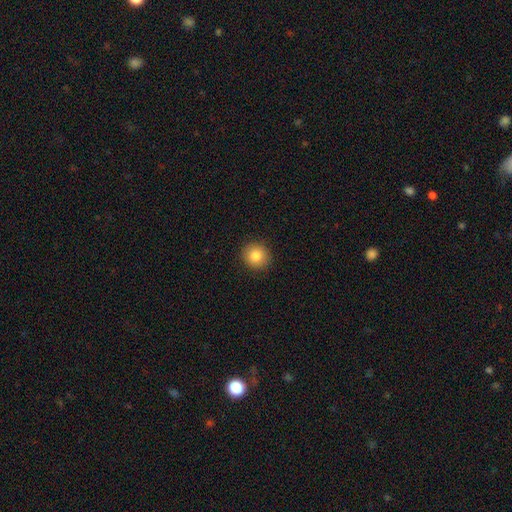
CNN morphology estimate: Smooth or featured?
  - smooth: 84% *
  - star or artifact: 10%
  - featured or disk: 6%
How rounded?
  - round: 90% *
  - in between: 9%
  - cigar-shaped: 1%
Merging?
  - none: 92% *
  - minor disturbance: 6%
  - major disturbance: 2%
  - merger: 1%